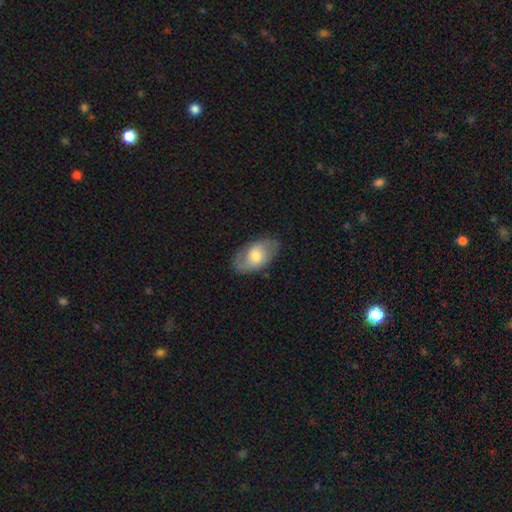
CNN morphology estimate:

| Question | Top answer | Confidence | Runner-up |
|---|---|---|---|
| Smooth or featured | smooth | 51% | featured or disk (43%) |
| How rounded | in between | 91% | round (7%) |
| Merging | none | 77% | minor disturbance (16%) |